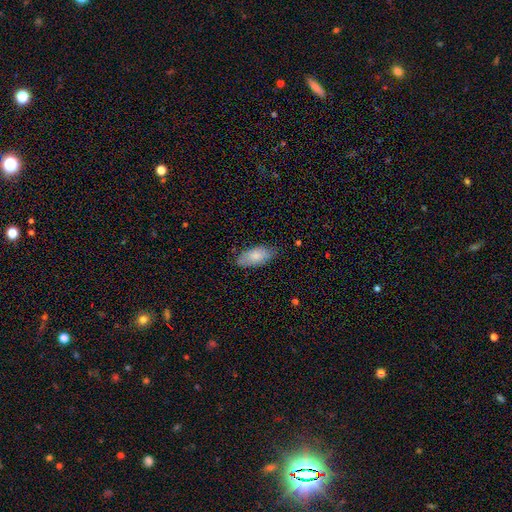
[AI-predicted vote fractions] Smooth or featured: smooth — 82% (featured or disk — 12%)
How rounded: in between — 88% (cigar-shaped — 10%)
Merging: none — 77% (minor disturbance — 19%)